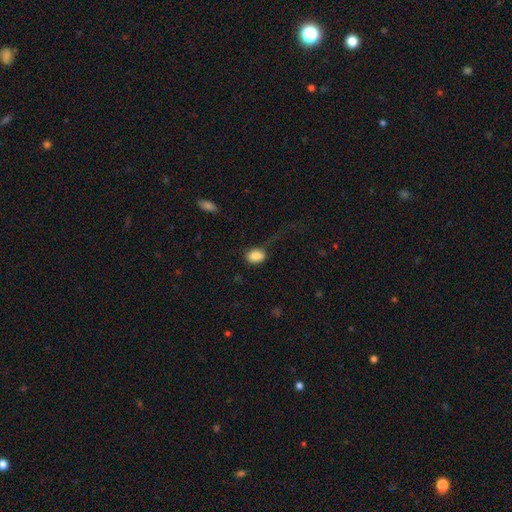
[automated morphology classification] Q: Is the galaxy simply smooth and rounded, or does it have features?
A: smooth — 87%.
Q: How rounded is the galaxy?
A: in between — 73%.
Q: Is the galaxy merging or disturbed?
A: none — 64%.